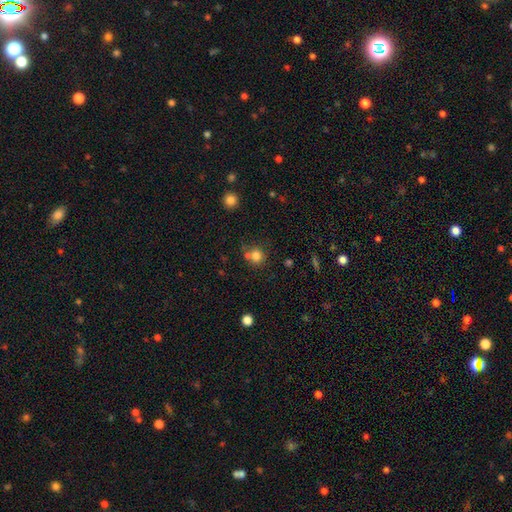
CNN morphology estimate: A smooth galaxy with no disk features (79%) that is round (88%).

Vote fractions:
- Smooth or featured? smooth: 79% / star or artifact: 13% / featured or disk: 8%
- How rounded? round: 88% / in between: 11% / cigar-shaped: 1%
- Merging? none: 60% / merger: 21% / minor disturbance: 13% / major disturbance: 5%